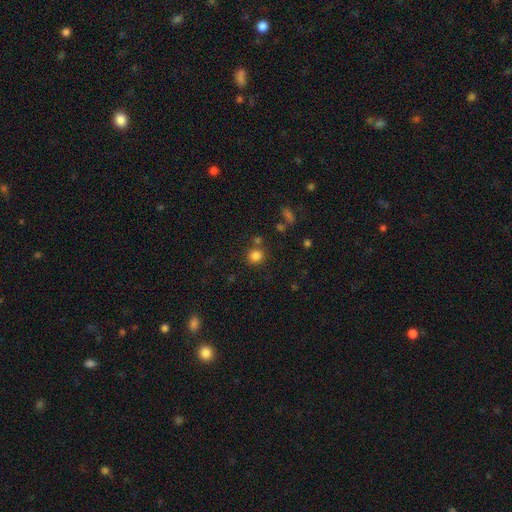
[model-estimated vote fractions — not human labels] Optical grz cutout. It shows a smooth galaxy with no disk features (82%) that is round (88%). Merging: none (76%).